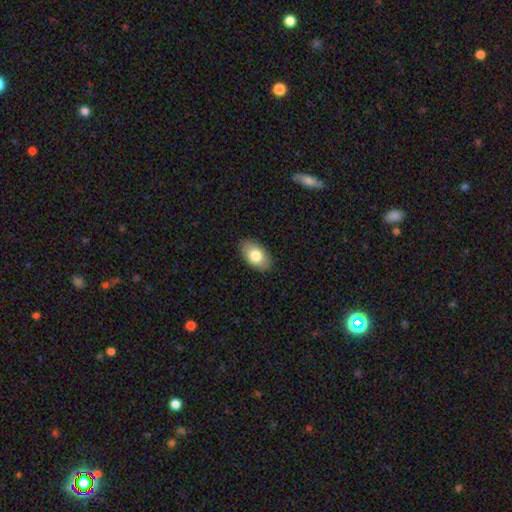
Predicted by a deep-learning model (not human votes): smooth 78%, featured or disk 15%, star or artifact 7%. Down the decision tree: how rounded — in between (92%); merging — none (87%).